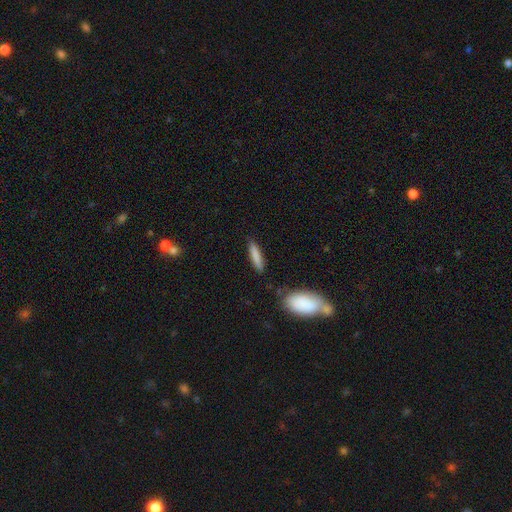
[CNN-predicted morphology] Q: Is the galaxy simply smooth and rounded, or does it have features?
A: smooth — 81%.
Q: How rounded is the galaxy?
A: cigar-shaped — 84%.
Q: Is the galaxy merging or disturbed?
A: none — 84%.